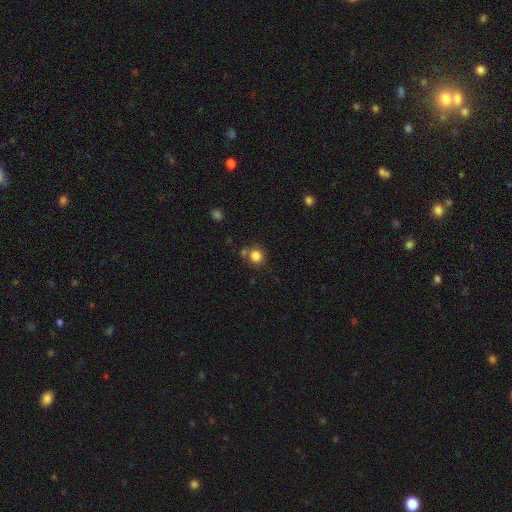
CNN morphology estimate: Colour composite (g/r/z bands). It shows a smooth galaxy with no disk features (83%) that is round (87%). Merging: none (70%).